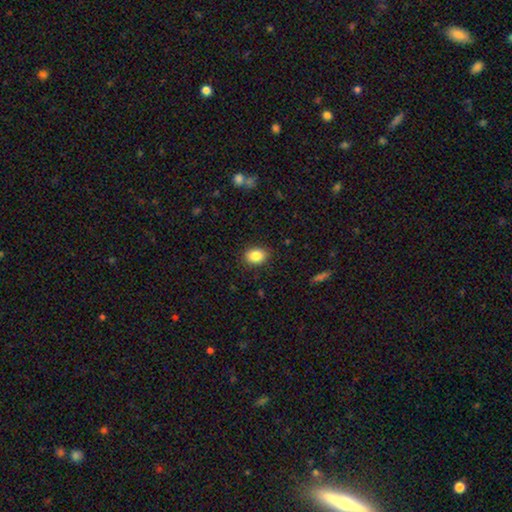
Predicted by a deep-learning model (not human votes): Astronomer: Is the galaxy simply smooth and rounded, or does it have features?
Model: smooth — 85%.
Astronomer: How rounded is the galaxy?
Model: in between — 68%.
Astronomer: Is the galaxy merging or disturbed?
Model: none — 87%.